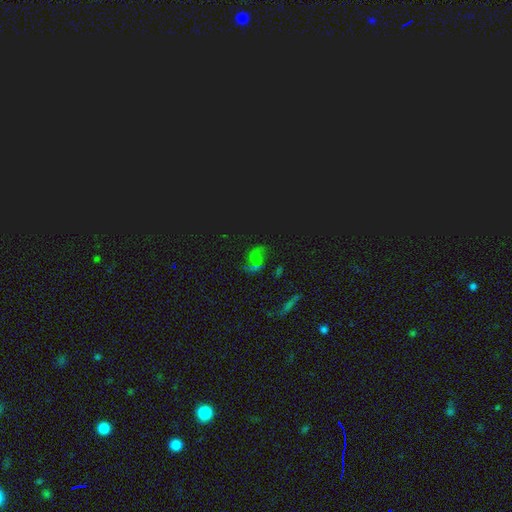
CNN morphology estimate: star or artifact 47%, smooth 29%, featured or disk 24%.